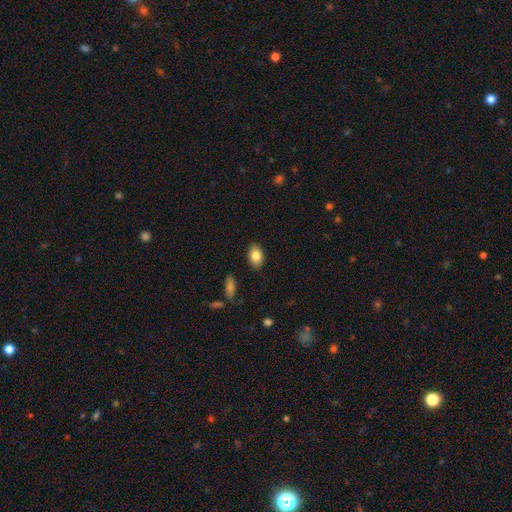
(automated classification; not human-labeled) This is clearly a smooth galaxy (84%). How rounded: clearly in between (86%). Merging: clearly none (88%).